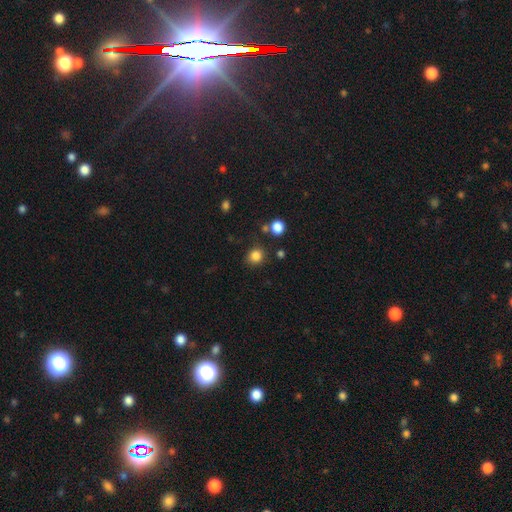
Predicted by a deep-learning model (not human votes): Overall: smooth (83%). How rounded: round (83%). Merging: none (82%).